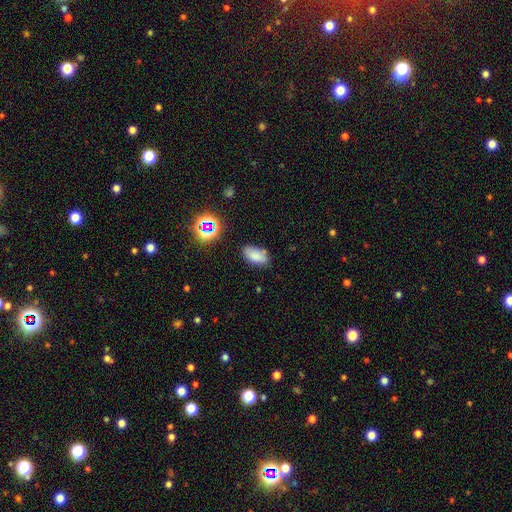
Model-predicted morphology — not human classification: Smooth or featured? Predicted: smooth (p=0.78). How rounded? Predicted: in between (p=0.91). Merging? Predicted: none (p=0.73).